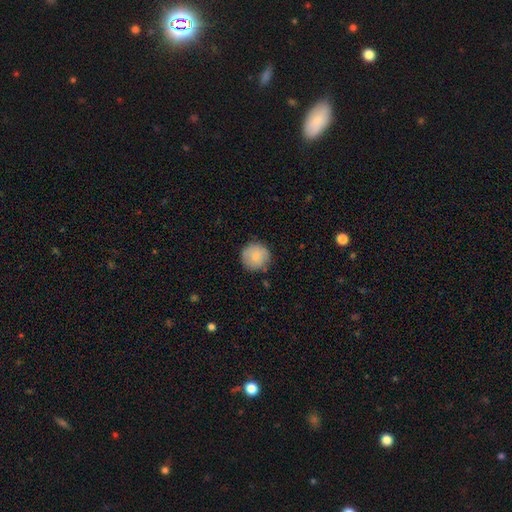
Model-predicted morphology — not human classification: smooth-or-featured: smooth: 81% | featured or disk: 12% | star or artifact: 7%
  how-rounded: round: 96% | in between: 3% | cigar-shaped: 1%
  merging: none: 84% | minor disturbance: 11% | major disturbance: 2% | merger: 2%